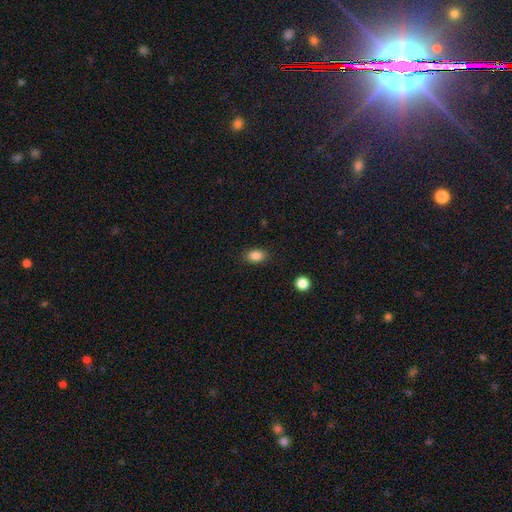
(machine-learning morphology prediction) smooth_or_featured: smooth (p=0.86) [alt: star or artifact p=0.09]
how_rounded: in between (p=0.83) [alt: round p=0.16]
merging: none (p=0.86) [alt: minor disturbance p=0.10]